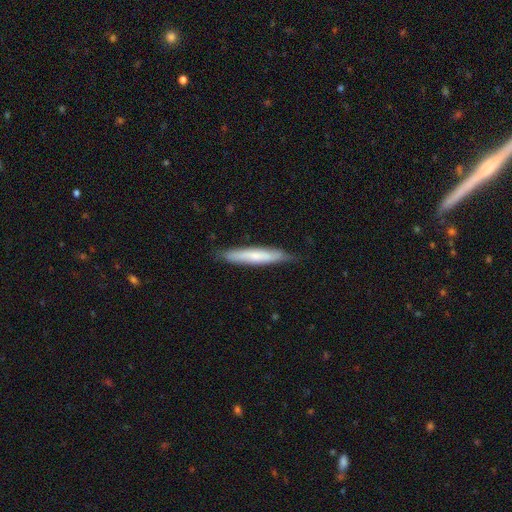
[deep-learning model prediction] Smooth or featured: smooth — 63% (featured or disk — 31%)
How rounded: cigar-shaped — 92% (in between — 7%)
Merging: none — 83% (minor disturbance — 14%)